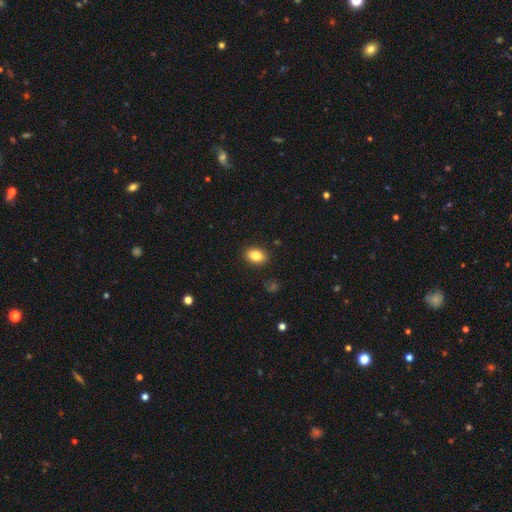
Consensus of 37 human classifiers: Volunteers were most divided on "how rounded": in between: 94%, round: 6%, cigar-shaped: 0%. More confident: smooth or featured — smooth (95%); merging — none (94%).